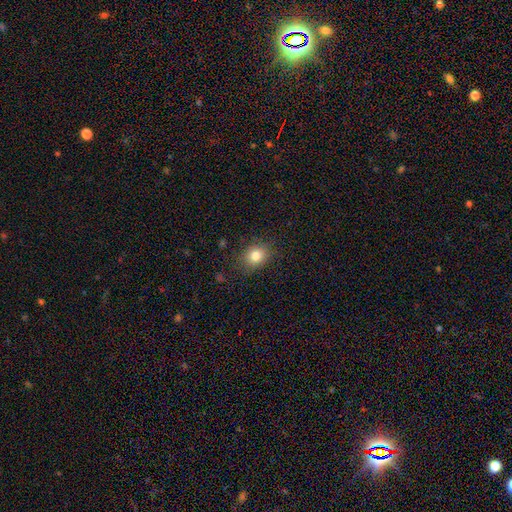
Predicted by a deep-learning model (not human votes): This appears to be a smooth galaxy with no disk features (80%) that is round (60%). Merging: none (81%).